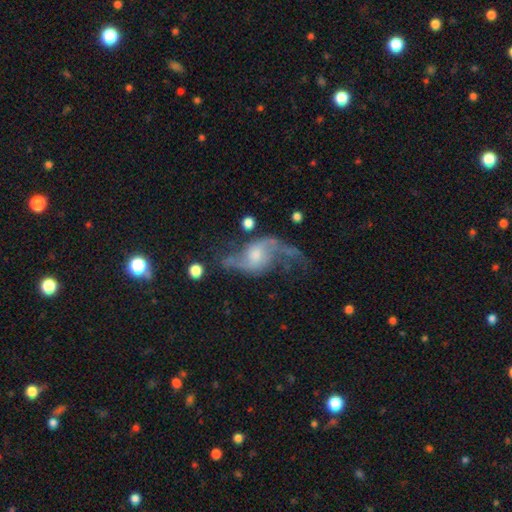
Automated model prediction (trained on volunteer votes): Overall: featured or disk (85%). Edge-on disk: no (95%). Bar: no (52%; weak 38%). Spiral arms: yes (94%). Spiral arm count: 2 (90%). Spiral winding: loose (81%). Bulge size: moderate (42%; small 39%). Merging: none (55%; major disturbance 20%).